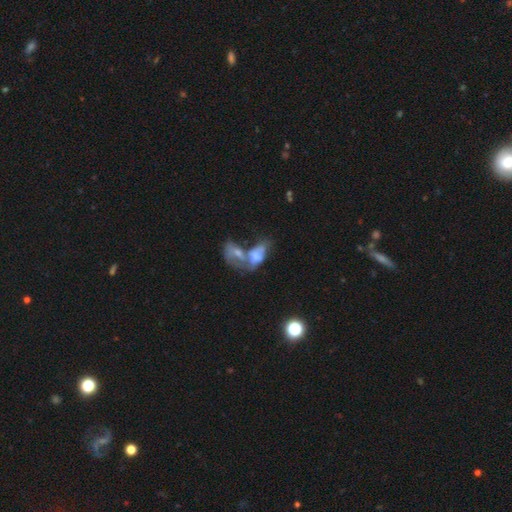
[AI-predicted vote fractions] Smooth or featured? Predicted: smooth (p=0.46). Merging? Predicted: merger (p=0.71).